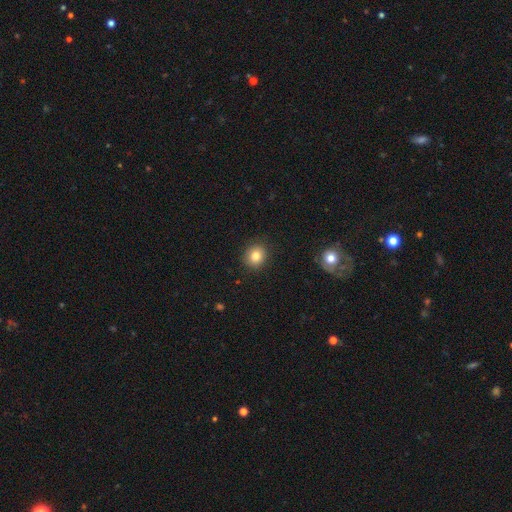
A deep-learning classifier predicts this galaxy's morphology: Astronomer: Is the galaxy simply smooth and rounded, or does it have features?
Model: smooth — 81%.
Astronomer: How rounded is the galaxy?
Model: round — 79%.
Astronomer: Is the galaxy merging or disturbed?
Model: none — 90%.